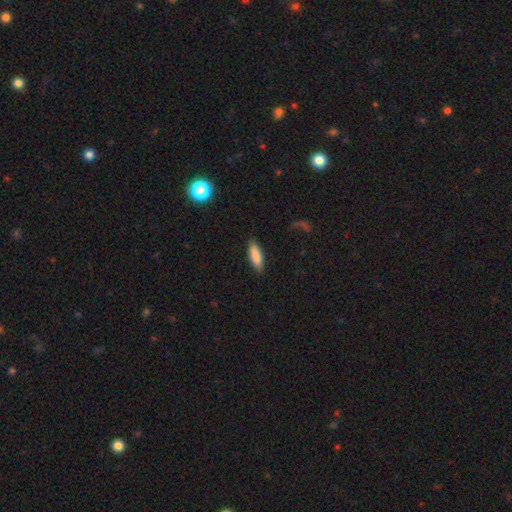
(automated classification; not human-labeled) Overall: smooth (85%). How rounded: in between (60%; cigar-shaped 39%). Merging: none (86%).